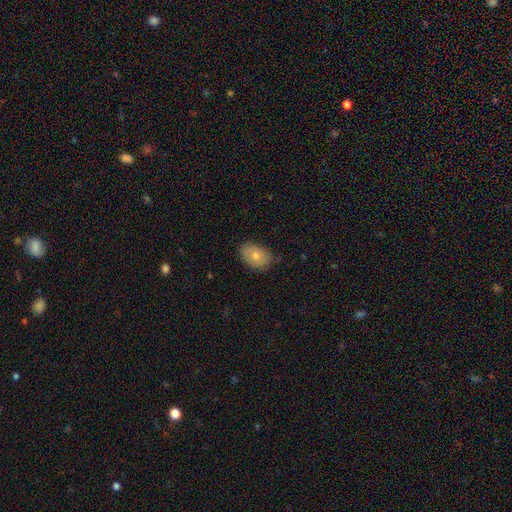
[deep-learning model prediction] Smooth or featured?
  - smooth: 74% *
  - featured or disk: 19%
  - star or artifact: 7%
How rounded?
  - in between: 84% *
  - round: 14%
  - cigar-shaped: 1%
Merging?
  - none: 73% *
  - minor disturbance: 22%
  - major disturbance: 4%
  - merger: 1%